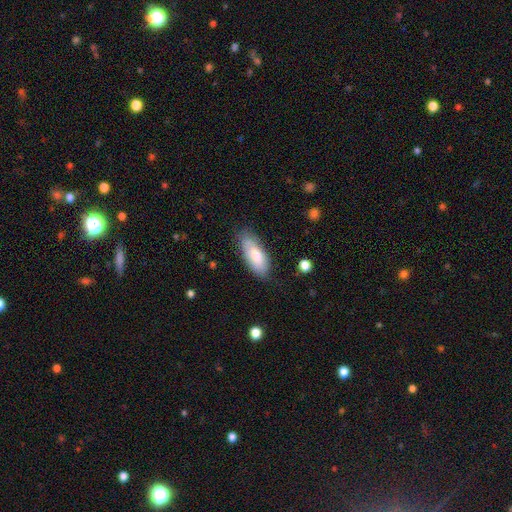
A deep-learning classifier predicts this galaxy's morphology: Smooth or featured: smooth — 75% (featured or disk — 19%)
How rounded: in between — 81% (cigar-shaped — 17%)
Merging: none — 73% (minor disturbance — 20%)